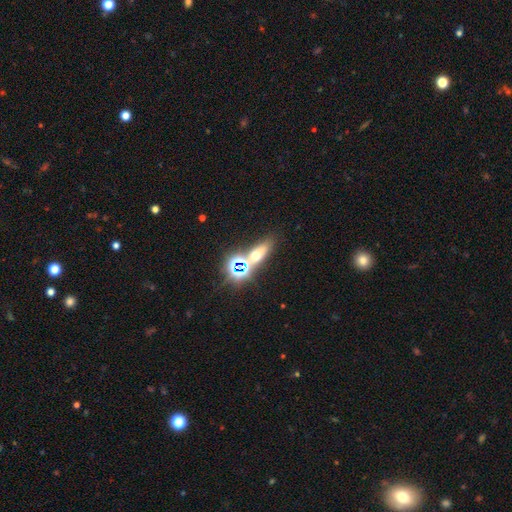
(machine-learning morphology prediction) This appears to be a smooth galaxy with no disk features (43%). Merging: none (62%).